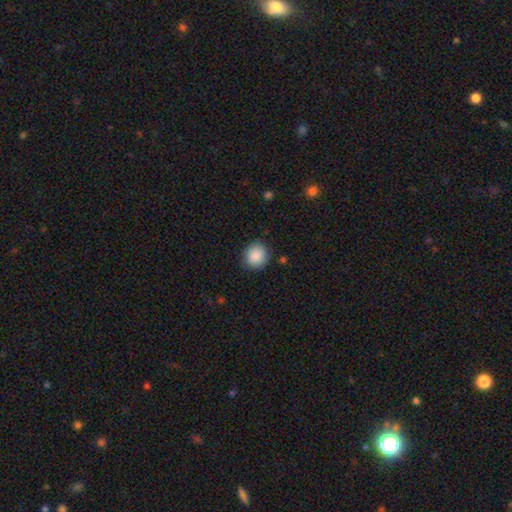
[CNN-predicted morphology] Q: Smooth or featured?
A: smooth (88%); runner-up: star or artifact (7%)
Q: How rounded?
A: round (78%); runner-up: in between (21%)
Q: Merging?
A: none (85%); runner-up: minor disturbance (11%)